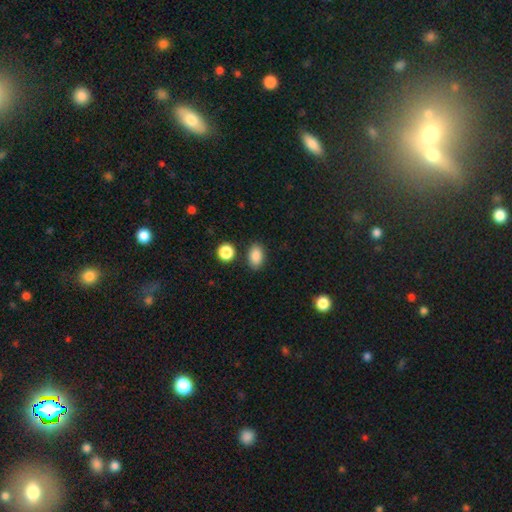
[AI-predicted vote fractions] A smooth galaxy with no disk features (87%) that is in between round and cigar-shaped (85%).

Vote fractions:
- Smooth or featured? smooth: 87% / star or artifact: 9% / featured or disk: 4%
- How rounded? in between: 85% / round: 13% / cigar-shaped: 2%
- Merging? none: 84% / minor disturbance: 10% / merger: 4% / major disturbance: 3%